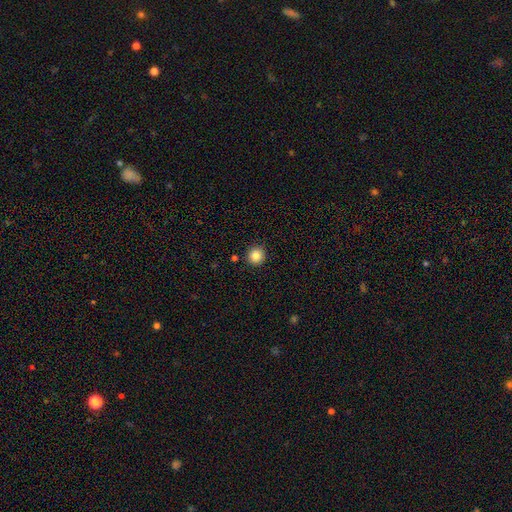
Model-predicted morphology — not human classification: Smooth or featured? smooth (85%)
How rounded? round (94%)
Merging? none (91%)